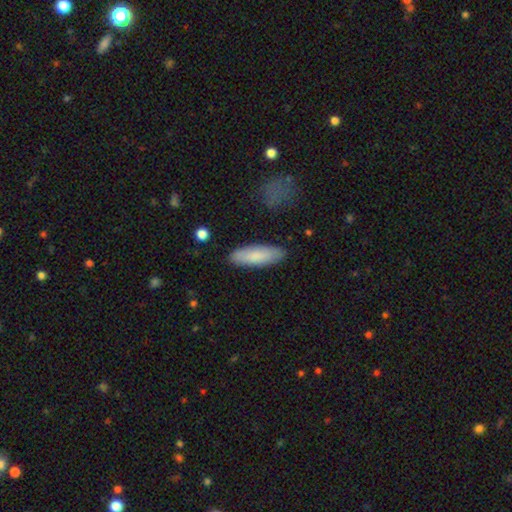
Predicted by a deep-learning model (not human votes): Smooth or featured? Predicted: smooth (p=0.82). How rounded? Predicted: in between (p=0.55). Merging? Predicted: none (p=0.87).